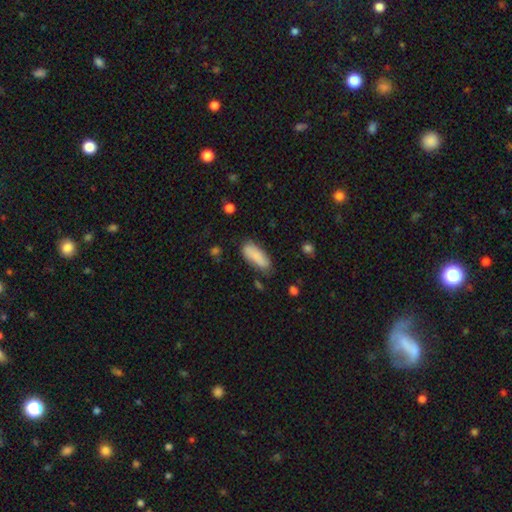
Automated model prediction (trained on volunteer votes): The model was most divided on "merging": none: 71%, minor disturbance: 21%, major disturbance: 5%, merger: 3%. More confident: smooth or featured — smooth (84%); how rounded — in between (75%).